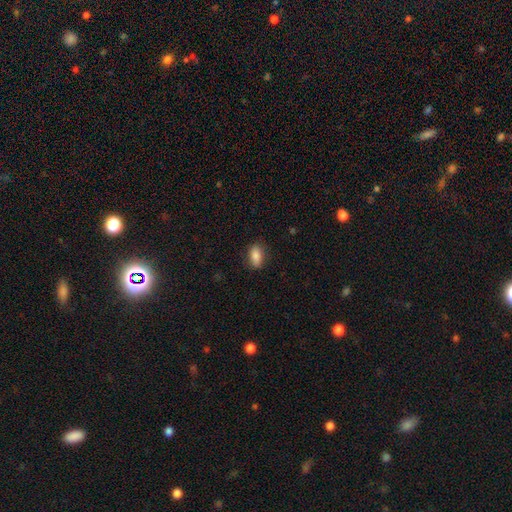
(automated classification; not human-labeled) The model was most divided on "merging": none: 83%, minor disturbance: 13%, major disturbance: 3%, merger: 1%. More confident: how rounded — in between (87%); smooth or featured — smooth (85%).